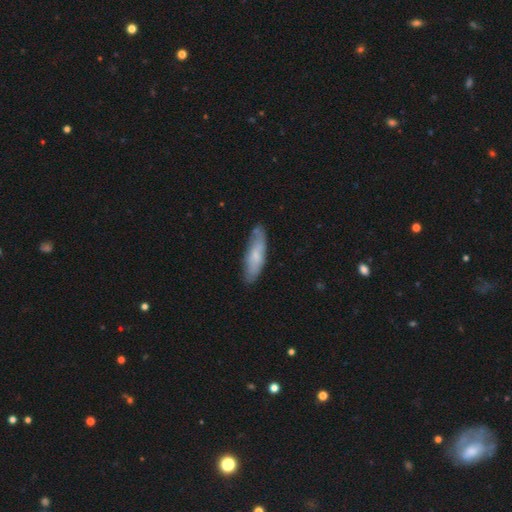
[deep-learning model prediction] A smooth galaxy with no disk features (60%) that is cigar-shaped (53%).

Vote fractions:
- Smooth or featured? smooth: 60% / featured or disk: 33% / star or artifact: 6%
- How rounded? cigar-shaped: 53% / in between: 45% / round: 2%
- Merging? none: 72% / minor disturbance: 22% / major disturbance: 5% / merger: 2%